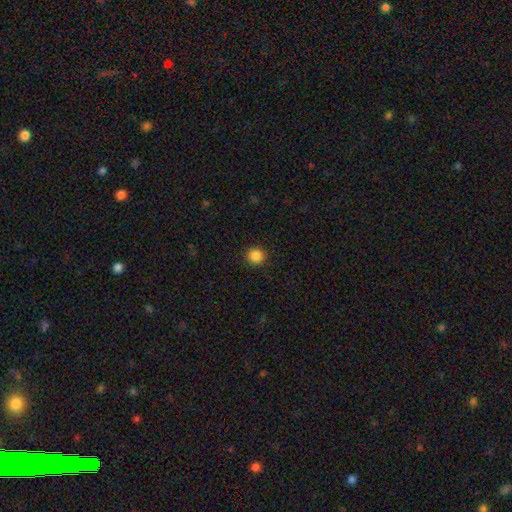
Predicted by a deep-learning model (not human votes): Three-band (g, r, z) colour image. It shows a smooth galaxy with no disk features (86%) that is round (93%). Merging: none (91%).